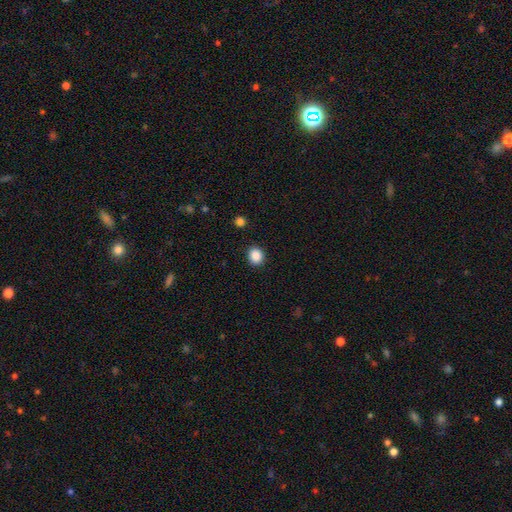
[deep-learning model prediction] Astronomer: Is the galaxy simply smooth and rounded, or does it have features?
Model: smooth — 88%.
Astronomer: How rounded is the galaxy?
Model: round — 72%.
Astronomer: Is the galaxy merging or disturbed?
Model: none — 91%.